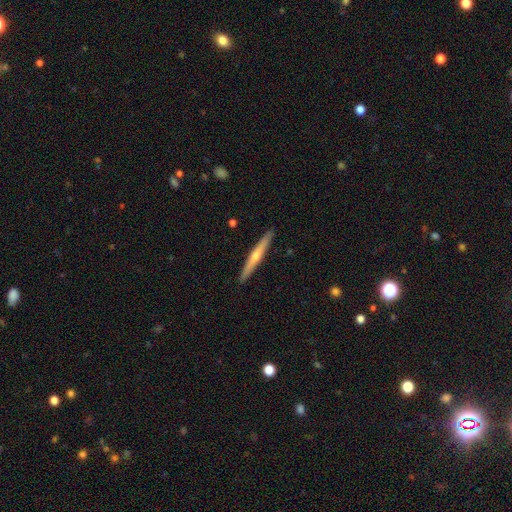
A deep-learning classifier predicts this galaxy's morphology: A featured or disk galaxy (69%) viewed edge-on (97%) with a rounded central bulge (82%). Merging: none (91%).